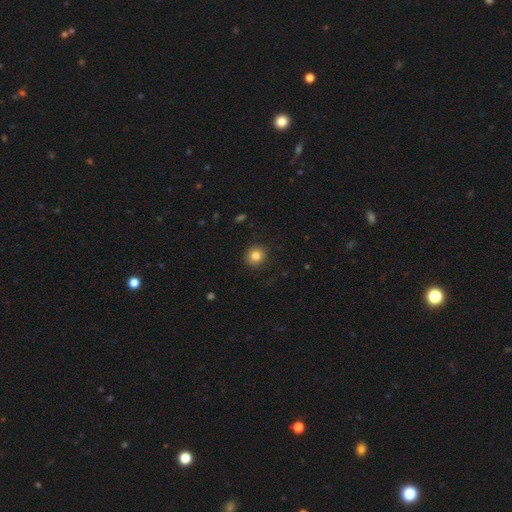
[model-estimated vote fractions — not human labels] This is clearly a smooth galaxy (83%). How rounded: clearly round (89%). Merging: clearly none (90%).